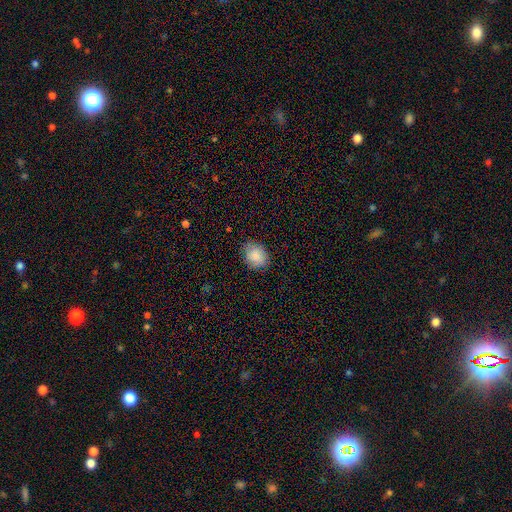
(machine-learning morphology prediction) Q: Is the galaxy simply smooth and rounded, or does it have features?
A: smooth — 87%.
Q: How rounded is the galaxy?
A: in between — 57%.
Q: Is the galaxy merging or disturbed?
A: none — 82%.